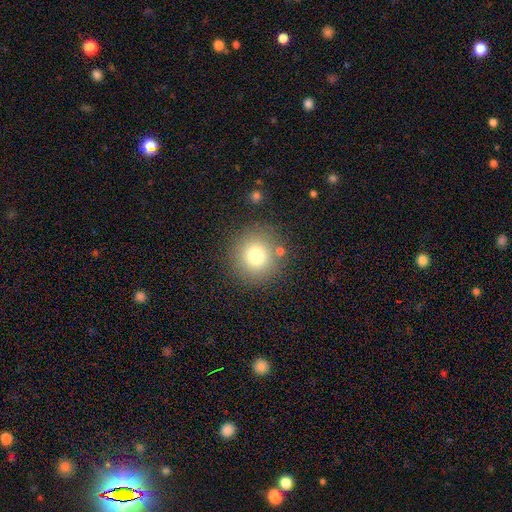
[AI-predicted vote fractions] The model was most divided on "smooth or featured": smooth: 77%, star or artifact: 13%, featured or disk: 10%. More confident: how rounded — round (94%); merging — none (83%).